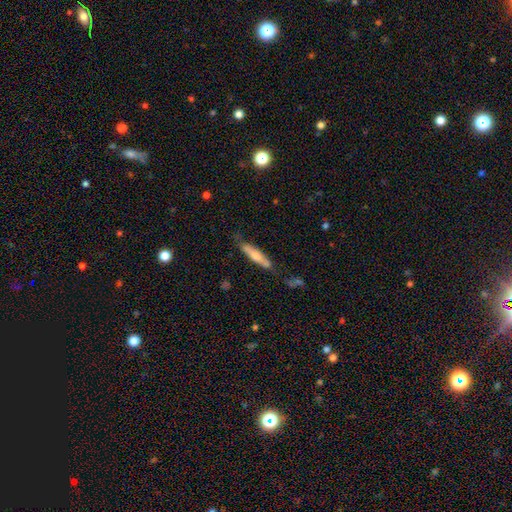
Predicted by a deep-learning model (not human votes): smooth_or_featured: smooth (p=0.63) [alt: featured or disk p=0.32]
how_rounded: cigar-shaped (p=0.81) [alt: in between p=0.18]
merging: none (p=0.68) [alt: minor disturbance p=0.22]